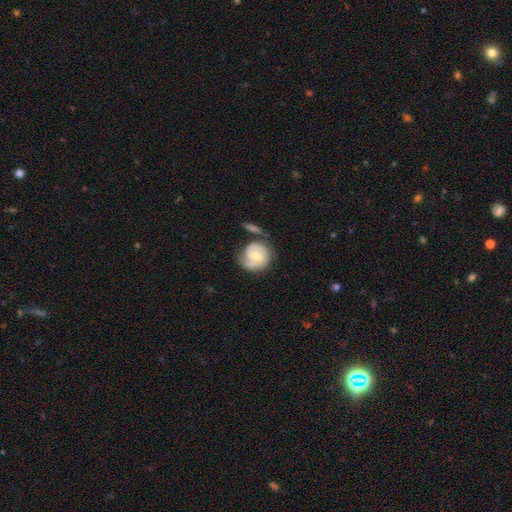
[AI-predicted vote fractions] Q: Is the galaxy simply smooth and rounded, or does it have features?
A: featured or disk — 74%.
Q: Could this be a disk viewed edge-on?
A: no — 98%.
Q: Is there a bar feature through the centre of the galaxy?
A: no — 46%.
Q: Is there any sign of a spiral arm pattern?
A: yes — 93%.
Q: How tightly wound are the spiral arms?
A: tight — 48%.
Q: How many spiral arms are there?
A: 2 — 72%.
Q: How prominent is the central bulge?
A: moderate — 52%.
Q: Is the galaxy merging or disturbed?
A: none — 59%.